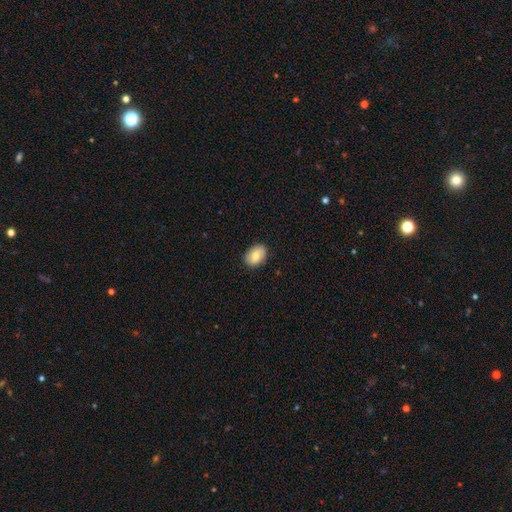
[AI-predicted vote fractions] Overall: smooth (74%). How rounded: in between (77%). Merging: none (88%).